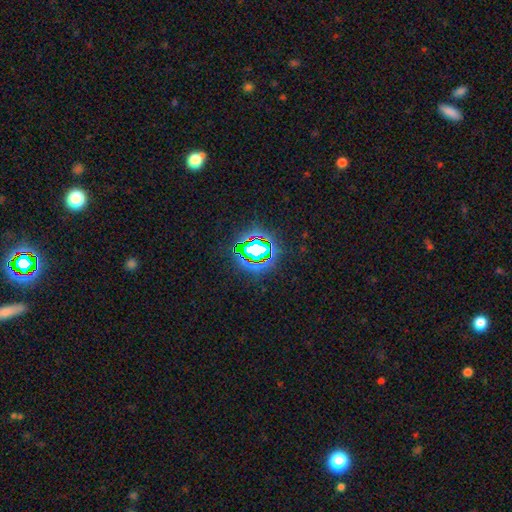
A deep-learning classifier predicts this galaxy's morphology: Smooth or featured: star or artifact — 79% (smooth — 13%)